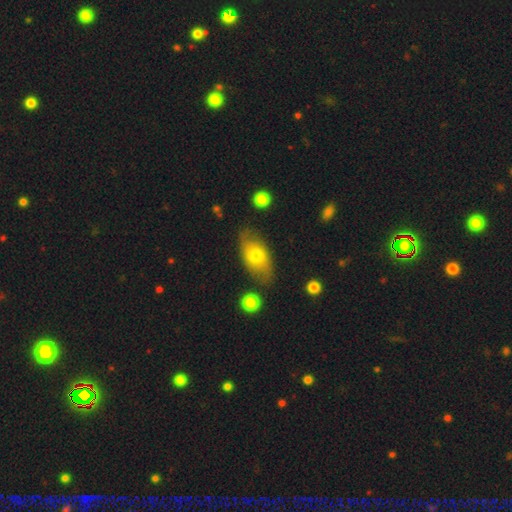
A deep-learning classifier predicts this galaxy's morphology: The model was most divided on "smooth or featured": smooth: 63%, featured or disk: 30%, star or artifact: 7%. More confident: how rounded — in between (89%); merging — none (69%).